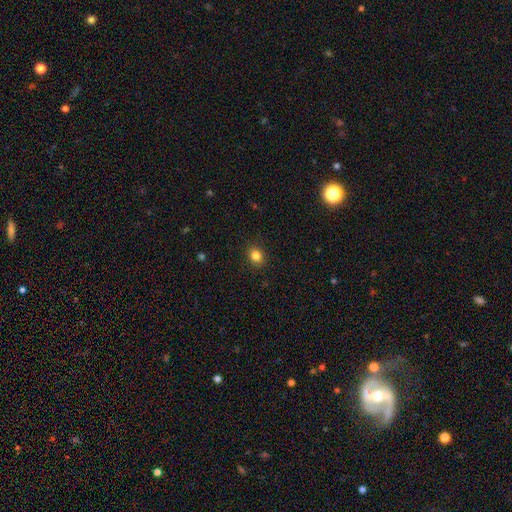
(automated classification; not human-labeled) A smooth galaxy with no disk features (83%) that is round (64%).

Vote fractions:
- Smooth or featured? smooth: 83% / star or artifact: 12% / featured or disk: 5%
- How rounded? round: 64% / in between: 36% / cigar-shaped: 1%
- Merging? none: 90% / minor disturbance: 7% / major disturbance: 2% / merger: 1%